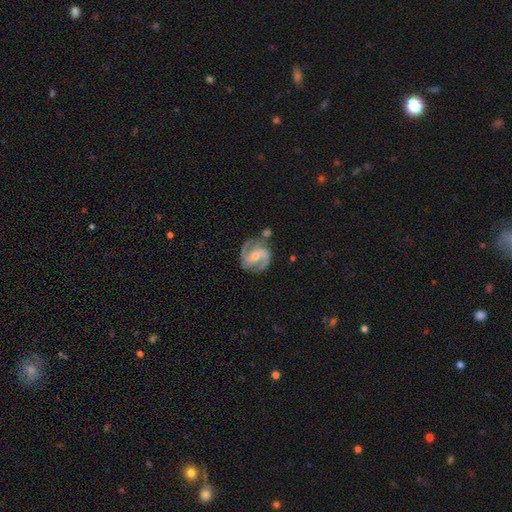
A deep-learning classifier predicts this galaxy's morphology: A featured or disk galaxy (89%) with a weak bar (44%), 2 (87%) medium (57%) spiral arms (98%) and a small central bulge (52%). Merging: none (75%).